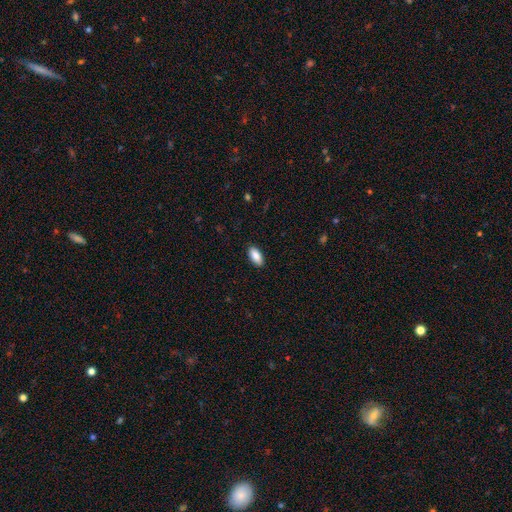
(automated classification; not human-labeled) smooth-or-featured: smooth: 89% | star or artifact: 6% | featured or disk: 5%
  how-rounded: in between: 91% | cigar-shaped: 7% | round: 2%
  merging: none: 90% | minor disturbance: 8% | major disturbance: 2% | merger: 1%